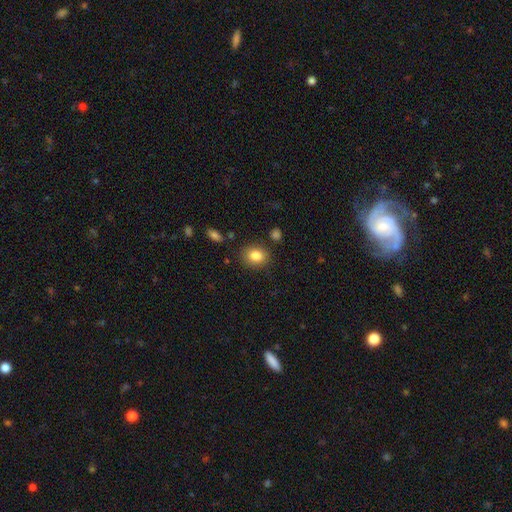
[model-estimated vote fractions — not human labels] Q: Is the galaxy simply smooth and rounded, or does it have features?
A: smooth — 85%.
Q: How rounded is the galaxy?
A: round — 52%.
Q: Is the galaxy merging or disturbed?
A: none — 84%.